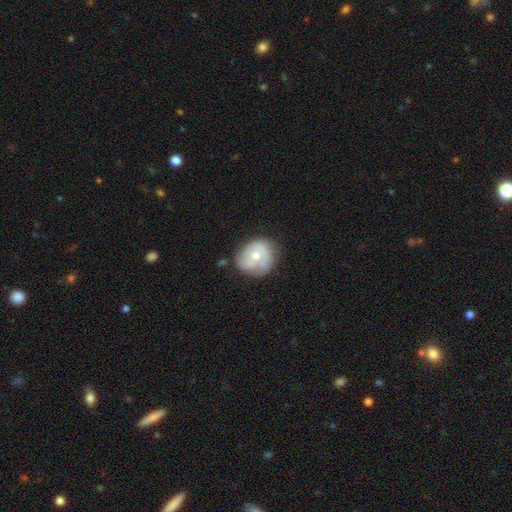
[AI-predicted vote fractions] Morphology: type=smooth (47%); merging=none (56%).